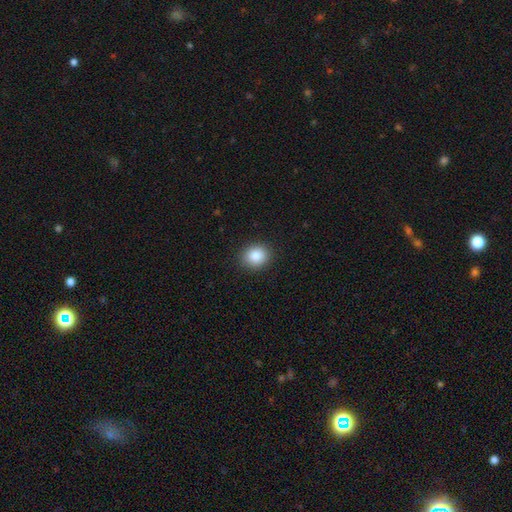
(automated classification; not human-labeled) Overall: smooth (86%). How rounded: round (75%). Merging: none (91%).